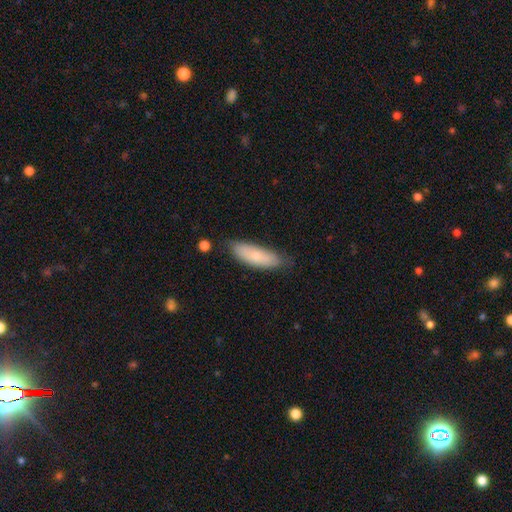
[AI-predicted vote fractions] This is likely a smooth galaxy (71%). How rounded: possibly in between (56%). Merging: likely none (74%).